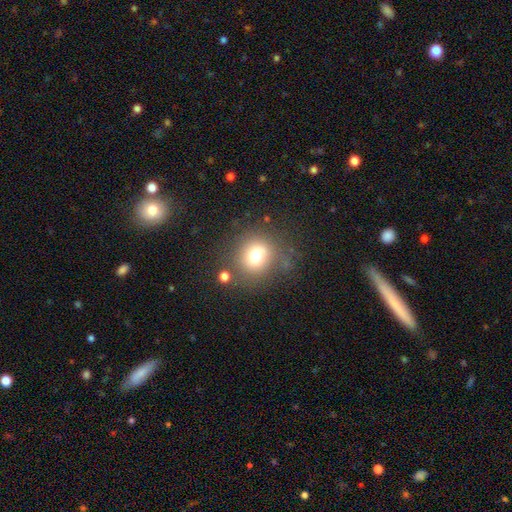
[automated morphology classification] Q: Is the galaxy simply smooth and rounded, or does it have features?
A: smooth — 73%.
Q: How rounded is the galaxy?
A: round — 83%.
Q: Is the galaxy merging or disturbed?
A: none — 72%.